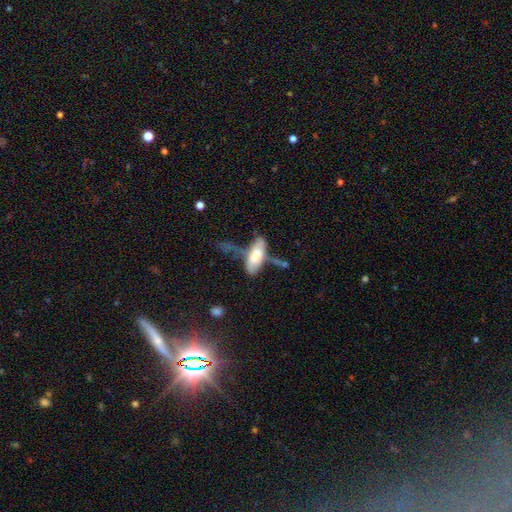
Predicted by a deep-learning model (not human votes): smooth 63%, featured or disk 30%, star or artifact 7%. Down the decision tree: how rounded — in between (75%); merging — none (29%, tied with major disturbance).